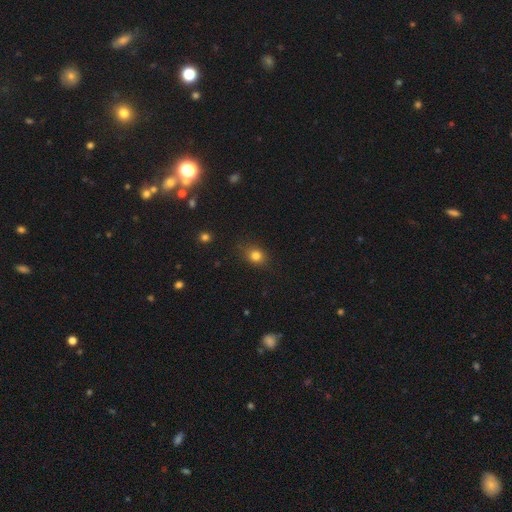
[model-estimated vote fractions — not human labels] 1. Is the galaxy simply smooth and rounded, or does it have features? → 80% smooth, 13% star or artifact, 7% featured or disk.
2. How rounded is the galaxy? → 60% round, 39% in between, 1% cigar-shaped.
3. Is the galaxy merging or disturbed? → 80% none, 16% minor disturbance, 4% major disturbance, 1% merger.